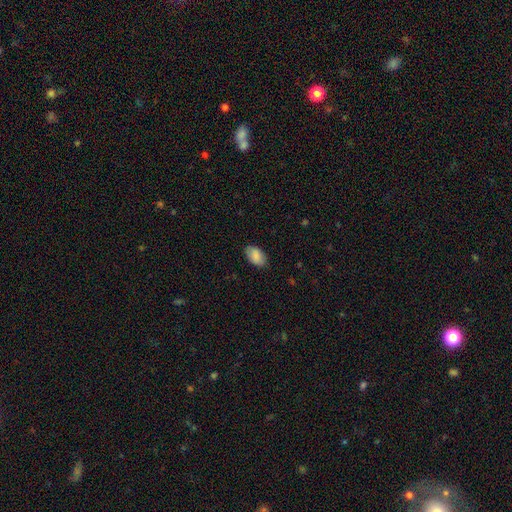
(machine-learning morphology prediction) Overall: smooth (87%). How rounded: in between (93%). Merging: none (83%).